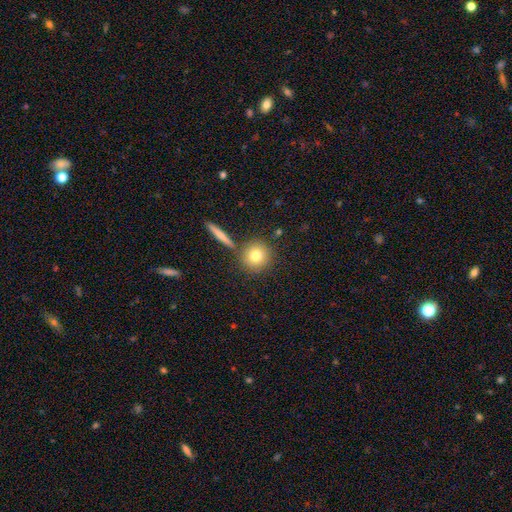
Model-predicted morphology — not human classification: type=smooth (78%); roundness=round (91%); merging=none (77%).